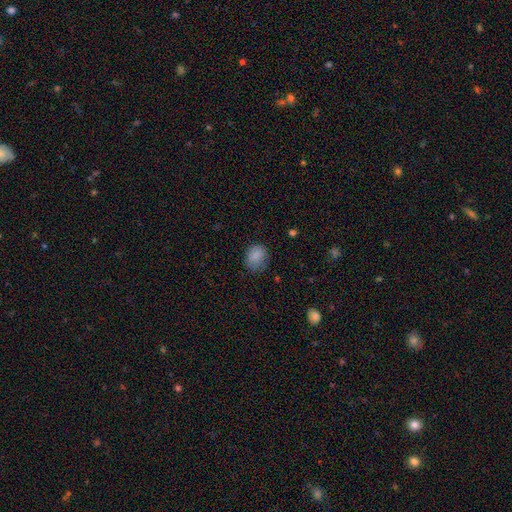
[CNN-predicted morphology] smooth-or-featured: smooth: 85% | star or artifact: 9% | featured or disk: 6%
  how-rounded: in between: 55% | round: 44% | cigar-shaped: 1%
  merging: none: 68% | minor disturbance: 24% | major disturbance: 7% | merger: 1%